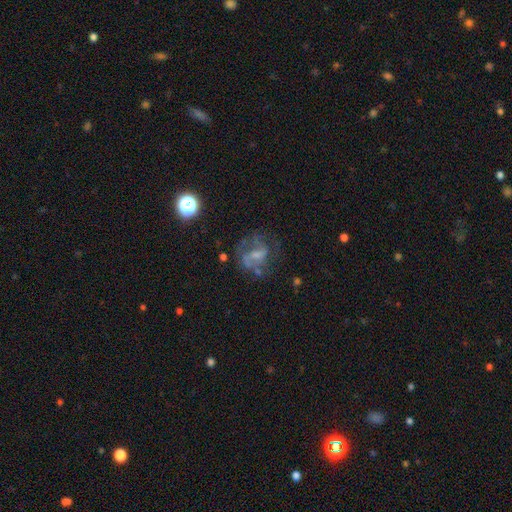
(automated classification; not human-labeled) Smooth or featured: featured or disk — 63% (smooth — 24%)
Edge-on disk: no — 97% (yes — 3%)
Bar: no — 45% (weak — 42%)
Spiral arms: yes — 64% (no — 36%)
Bulge size: small — 40% (moderate — 29%)
Merging: none — 46% (major disturbance — 28%)